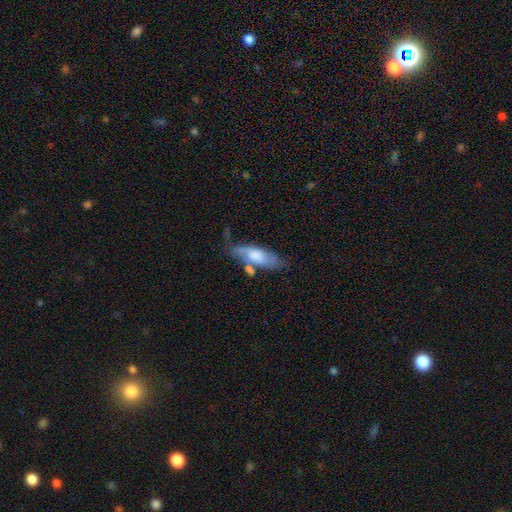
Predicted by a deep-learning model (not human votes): The model was most divided on "smooth or featured": smooth: 55%, featured or disk: 39%, star or artifact: 6%. Remaining: how rounded — in between (62%); merging — none (47%).